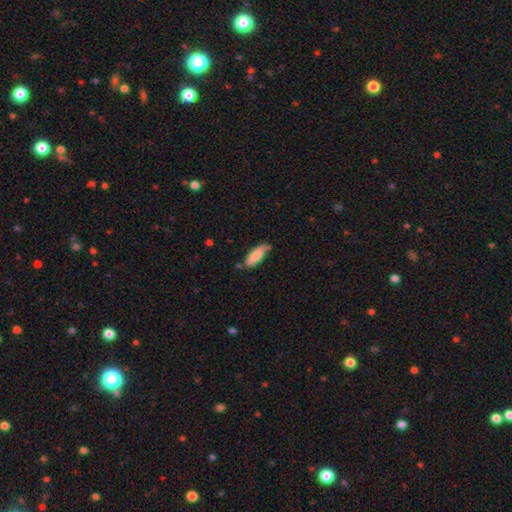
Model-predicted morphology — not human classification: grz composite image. It shows a smooth galaxy with no disk features (82%) that is in between round and cigar-shaped (66%). Merging: none (65%).